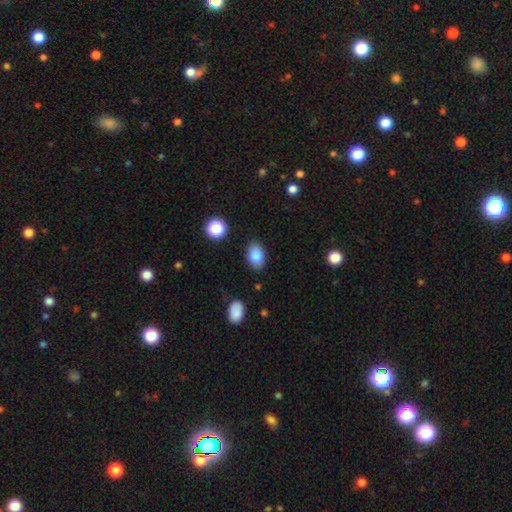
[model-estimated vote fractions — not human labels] Smooth or featured? smooth (84%)
How rounded? in between (86%)
Merging? none (85%)